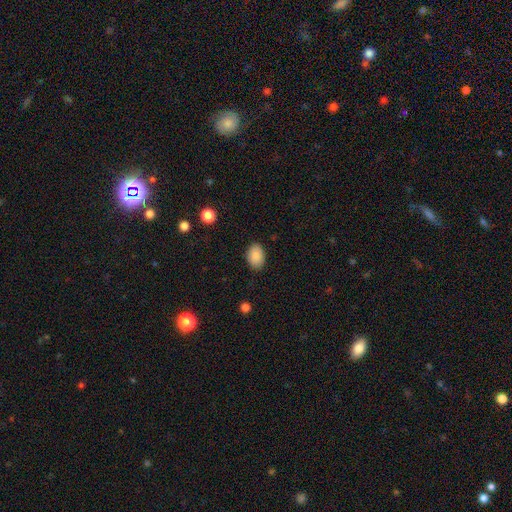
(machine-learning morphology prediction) A smooth galaxy with no disk features (88%) that is in between round and cigar-shaped (82%). Merging: none (87%).